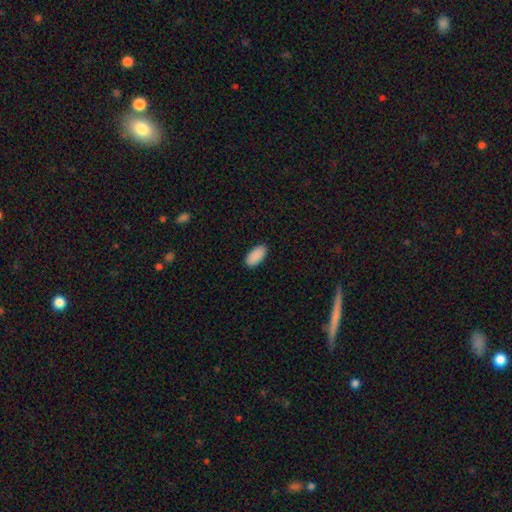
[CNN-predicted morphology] Smooth or featured? smooth (91%)
How rounded? in between (95%)
Merging? none (90%)